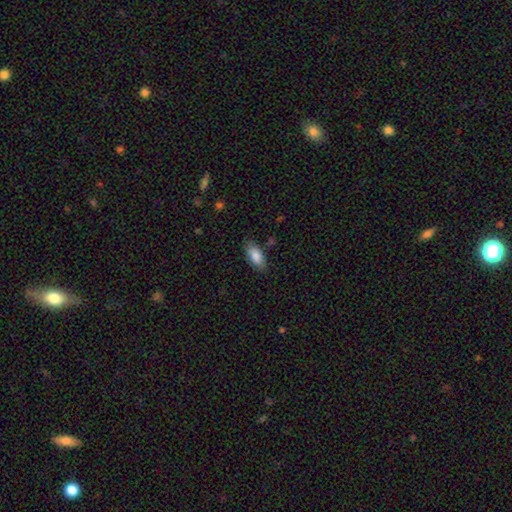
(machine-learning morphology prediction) smooth 86%, featured or disk 7%, star or artifact 6%. Down the decision tree: how rounded — in between (87%); merging — none (83%).